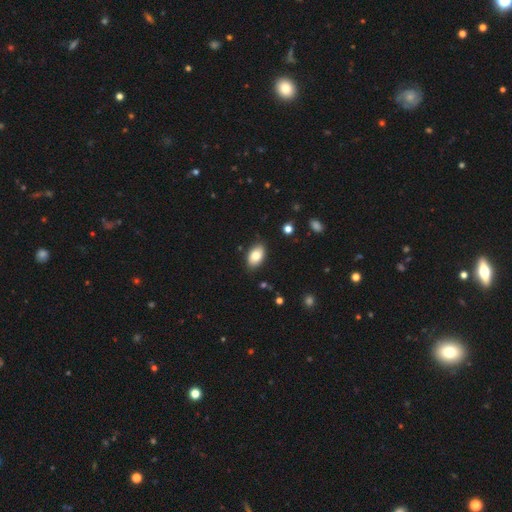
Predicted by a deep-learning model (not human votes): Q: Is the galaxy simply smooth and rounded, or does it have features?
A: smooth — 83%.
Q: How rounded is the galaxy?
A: in between — 93%.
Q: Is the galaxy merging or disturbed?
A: none — 85%.